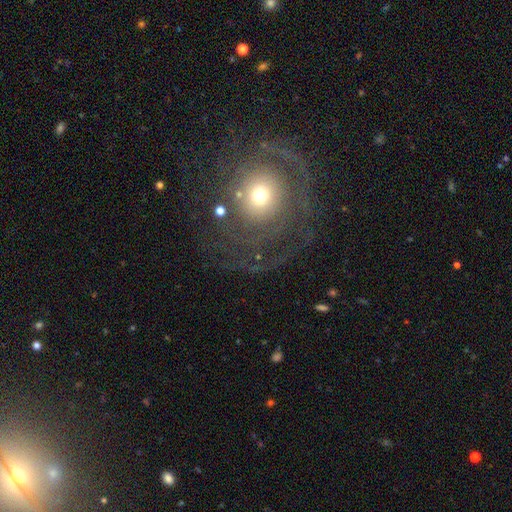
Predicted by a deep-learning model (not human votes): Smooth or featured: featured or disk — 64% (smooth — 22%)
Edge-on disk: no — 96% (yes — 4%)
Bar: no — 82% (weak — 13%)
Spiral arms: yes — 68% (no — 32%)
Bulge size: moderate — 56% (small — 31%)
Merging: none — 67% (major disturbance — 17%)